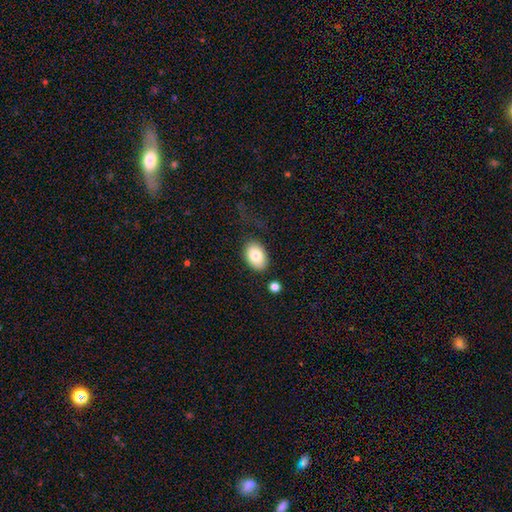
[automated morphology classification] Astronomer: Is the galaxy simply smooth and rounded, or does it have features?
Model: smooth — 81%.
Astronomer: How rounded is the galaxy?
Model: in between — 85%.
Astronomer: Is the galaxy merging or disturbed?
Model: none — 77%.